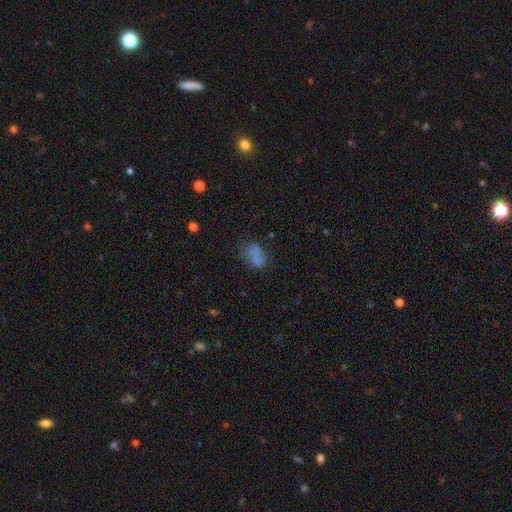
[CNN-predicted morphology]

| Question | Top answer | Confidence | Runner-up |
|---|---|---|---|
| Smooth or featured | smooth | 68% | featured or disk (17%) |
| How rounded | in between | 82% | round (16%) |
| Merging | none | 44% | minor disturbance (25%) |